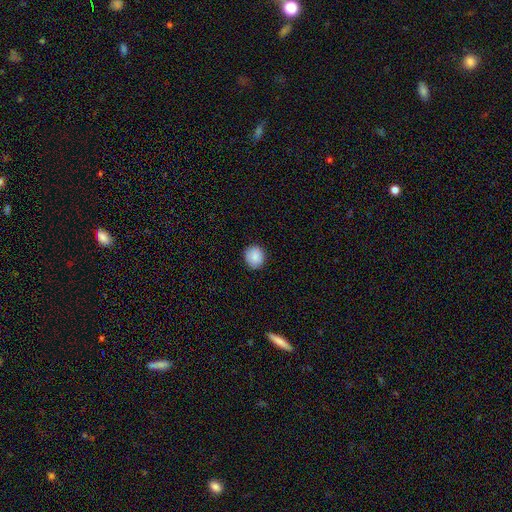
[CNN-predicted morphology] smooth_or_featured: smooth (p=0.88) [alt: star or artifact p=0.08]
how_rounded: round (p=0.83) [alt: in between p=0.17]
merging: none (p=0.88) [alt: minor disturbance p=0.09]